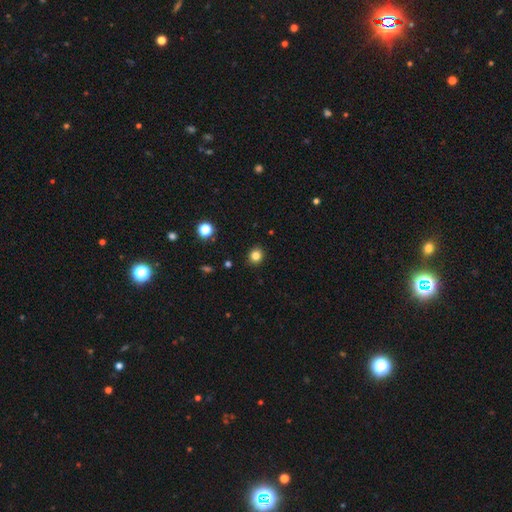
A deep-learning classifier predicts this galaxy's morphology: This appears to be a smooth galaxy with no disk features (82%) that is round (79%). Merging: none (90%).